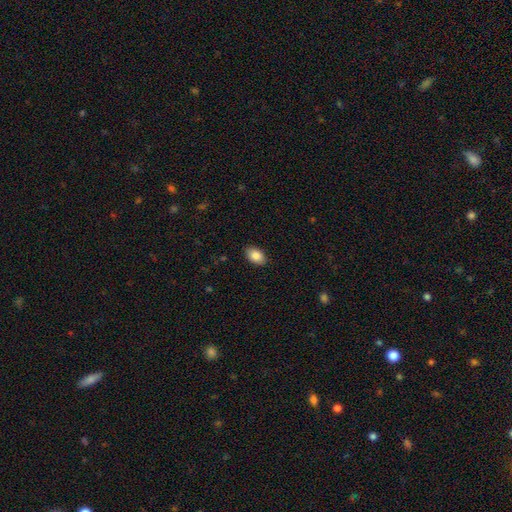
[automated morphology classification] A smooth galaxy with no disk features (87%) that is in between round and cigar-shaped (89%). Merging: none (88%).